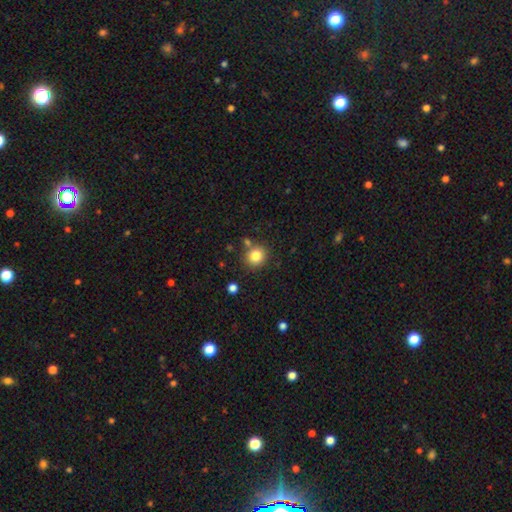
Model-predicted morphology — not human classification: Smooth or featured?
  - smooth: 82% *
  - star or artifact: 11%
  - featured or disk: 7%
How rounded?
  - round: 87% *
  - in between: 12%
  - cigar-shaped: 1%
Merging?
  - none: 79% *
  - minor disturbance: 10%
  - merger: 8%
  - major disturbance: 3%